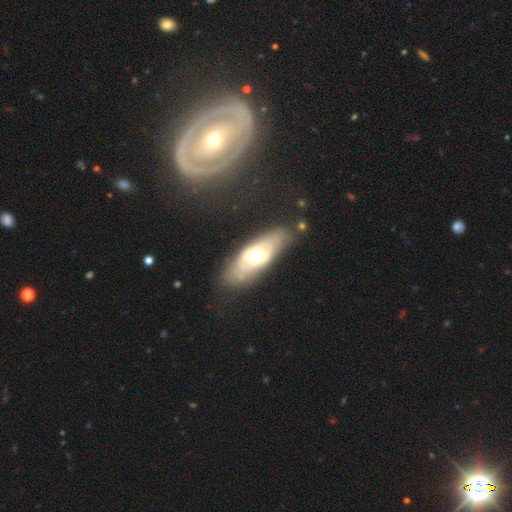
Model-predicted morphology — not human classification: smooth_or_featured: featured or disk (p=0.68) [alt: smooth p=0.27]
disk_edge_on: no (p=0.81) [alt: yes p=0.19]
bar: no (p=0.68) [alt: weak p=0.23]
has_spiral_arms: yes (p=0.55) [alt: no p=0.45]
bulge_size: moderate (p=0.70) [alt: large p=0.16]
merging: none (p=0.74) [alt: minor disturbance p=0.18]